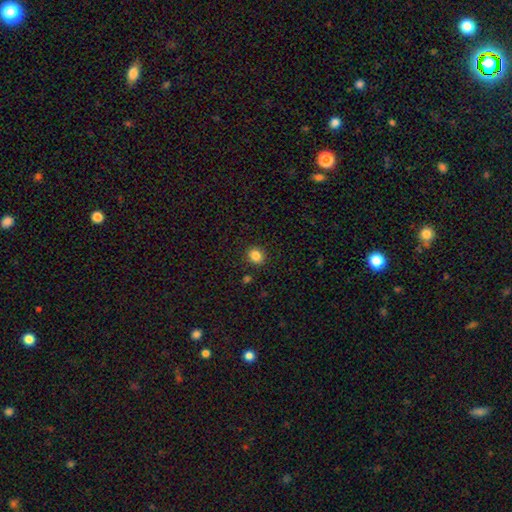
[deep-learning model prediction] smooth 85%, star or artifact 10%, featured or disk 4%. Down the decision tree: how rounded — round (65%); merging — none (89%).